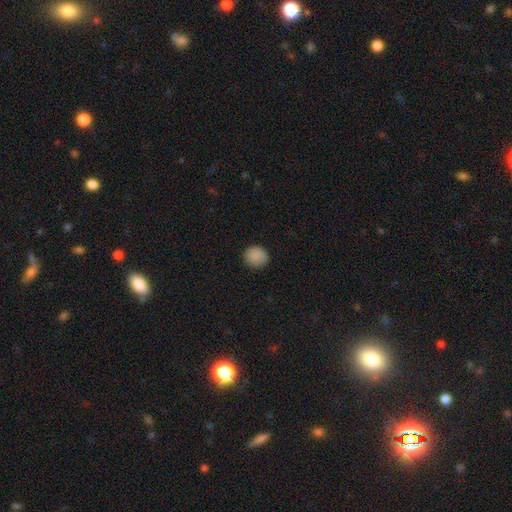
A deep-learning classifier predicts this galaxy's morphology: Smooth or featured: smooth — 88% (star or artifact — 9%)
How rounded: round — 87% (in between — 12%)
Merging: none — 88% (minor disturbance — 9%)